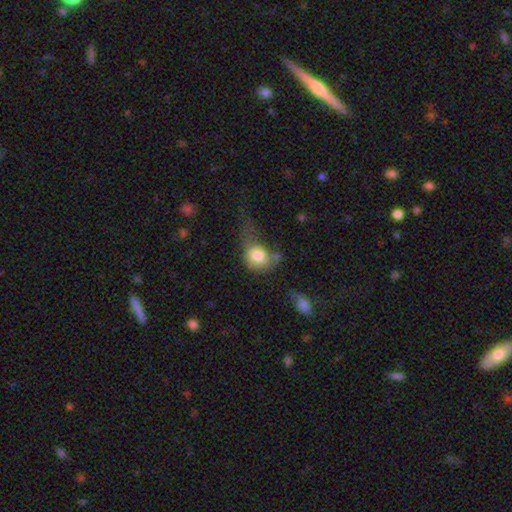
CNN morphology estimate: A smooth galaxy with no disk features (77%) that is round (56%). Merging: major disturbance (41%).